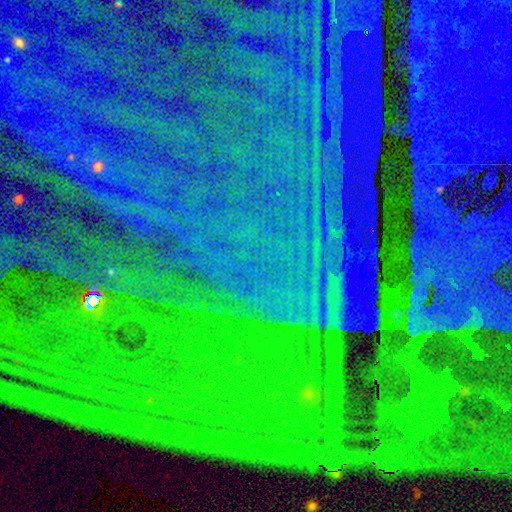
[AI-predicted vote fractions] Smooth or featured?
  - star or artifact: 88% *
  - featured or disk: 6%
  - smooth: 5%